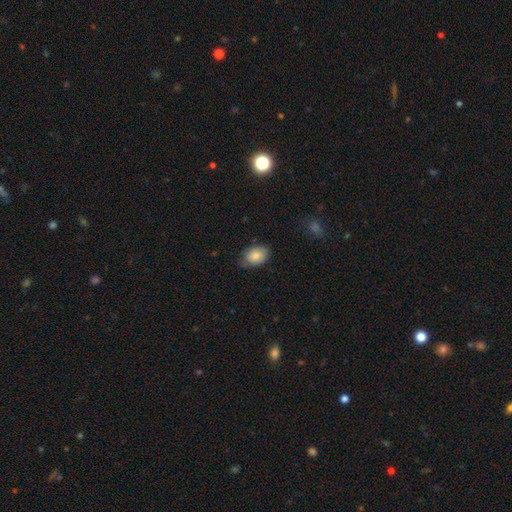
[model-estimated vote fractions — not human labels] Smooth or featured? Predicted: smooth (p=0.80). How rounded? Predicted: in between (p=0.76). Merging? Predicted: none (p=0.64).